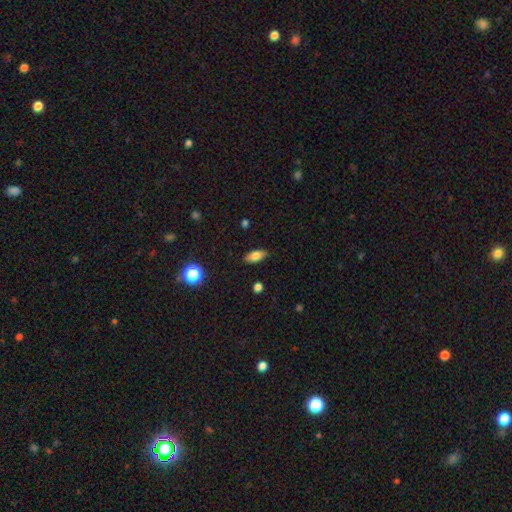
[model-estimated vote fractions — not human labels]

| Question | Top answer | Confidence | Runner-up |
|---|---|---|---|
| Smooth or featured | smooth | 78% | featured or disk (13%) |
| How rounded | in between | 86% | cigar-shaped (10%) |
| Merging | none | 87% | minor disturbance (10%) |